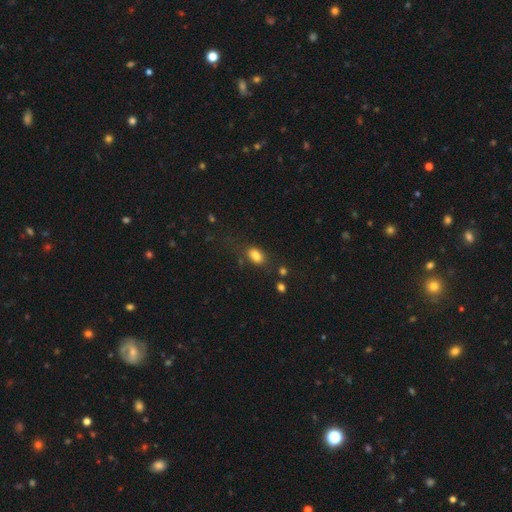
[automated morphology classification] The model was most divided on "merging": none: 65%, minor disturbance: 19%, major disturbance: 9%, merger: 7%. More confident: how rounded — in between (84%); smooth or featured — smooth (82%).